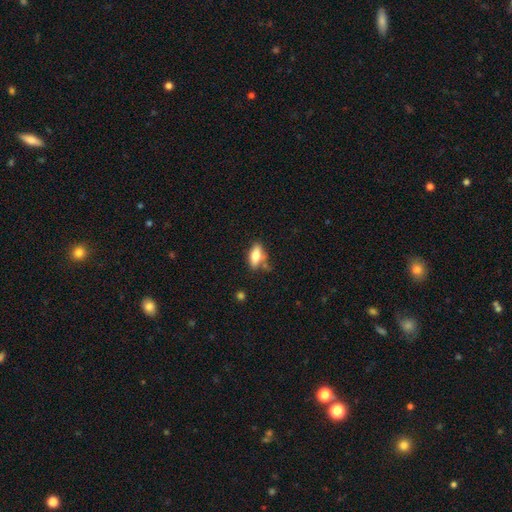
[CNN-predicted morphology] Smooth or featured? Predicted: smooth (p=0.67). How rounded? Predicted: in between (p=0.79). Merging? Predicted: none (p=0.63).